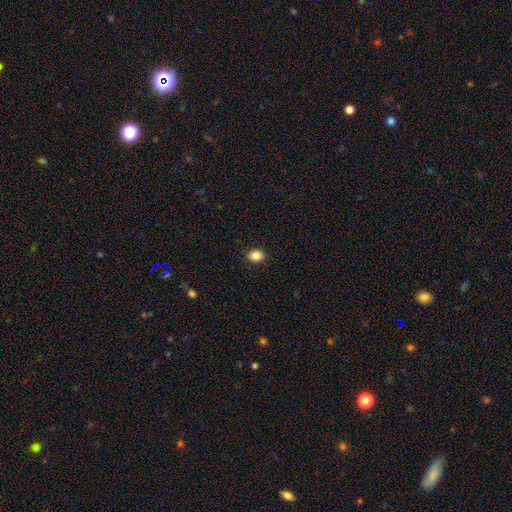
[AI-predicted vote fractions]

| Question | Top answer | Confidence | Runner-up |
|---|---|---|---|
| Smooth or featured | smooth | 86% | star or artifact (10%) |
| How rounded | round | 53% | in between (46%) |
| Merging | none | 90% | minor disturbance (7%) |